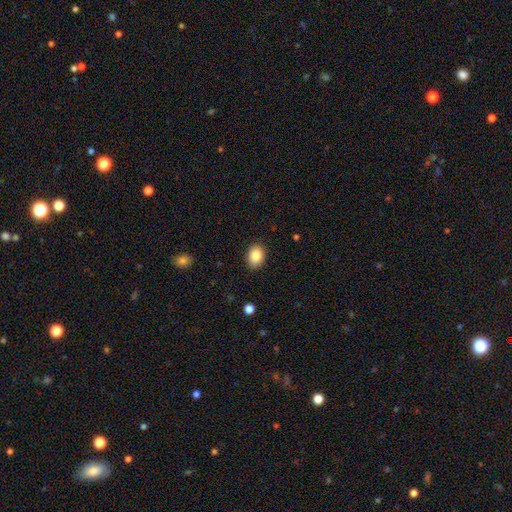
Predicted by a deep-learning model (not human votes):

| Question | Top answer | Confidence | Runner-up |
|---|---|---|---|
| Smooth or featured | smooth | 87% | star or artifact (8%) |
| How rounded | in between | 69% | round (30%) |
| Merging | none | 89% | minor disturbance (8%) |